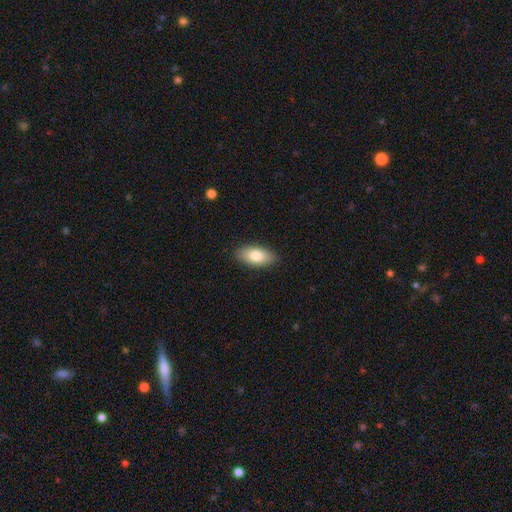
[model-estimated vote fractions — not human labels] smooth_or_featured: smooth (p=0.79) [alt: featured or disk p=0.14]
how_rounded: in between (p=0.90) [alt: cigar-shaped p=0.06]
merging: none (p=0.88) [alt: minor disturbance p=0.09]